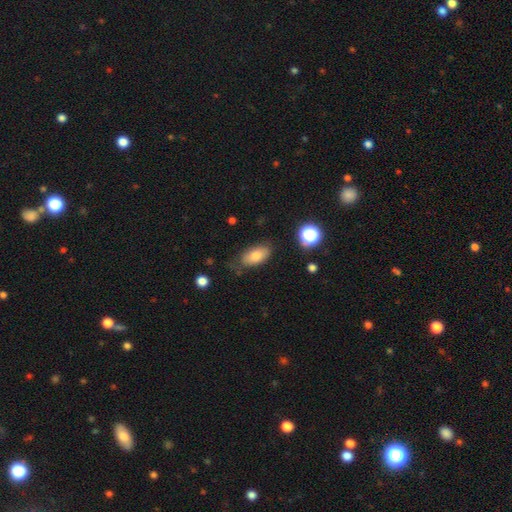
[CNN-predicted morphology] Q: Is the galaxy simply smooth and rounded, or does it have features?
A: smooth — 77%.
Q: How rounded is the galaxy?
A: in between — 89%.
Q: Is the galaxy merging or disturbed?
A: none — 69%.